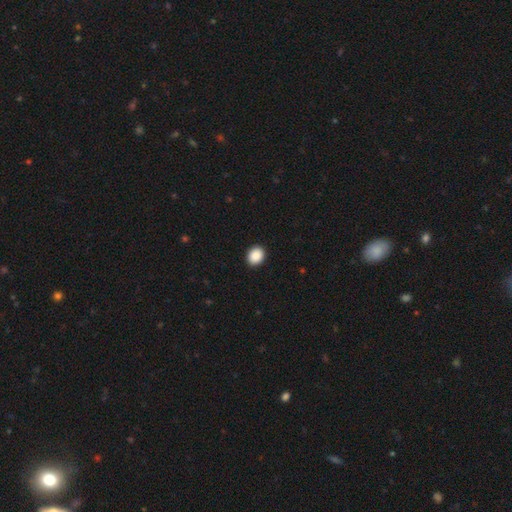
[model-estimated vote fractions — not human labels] Smooth or featured? smooth (89%)
How rounded? round (61%)
Merging? none (92%)